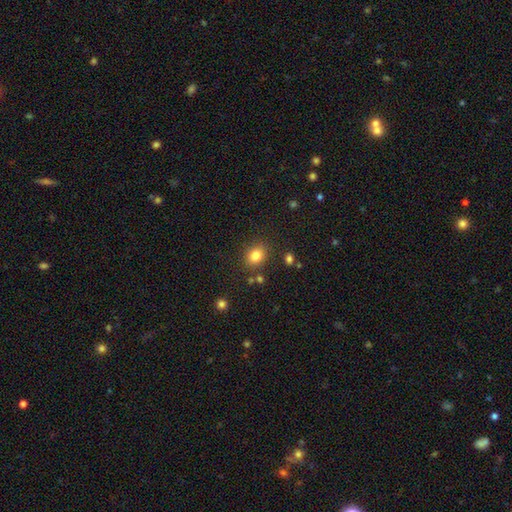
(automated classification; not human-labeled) Smooth or featured?
  - smooth: 83% *
  - star or artifact: 11%
  - featured or disk: 6%
How rounded?
  - in between: 51% *
  - round: 48%
  - cigar-shaped: 1%
Merging?
  - none: 81% *
  - minor disturbance: 11%
  - merger: 4%
  - major disturbance: 3%